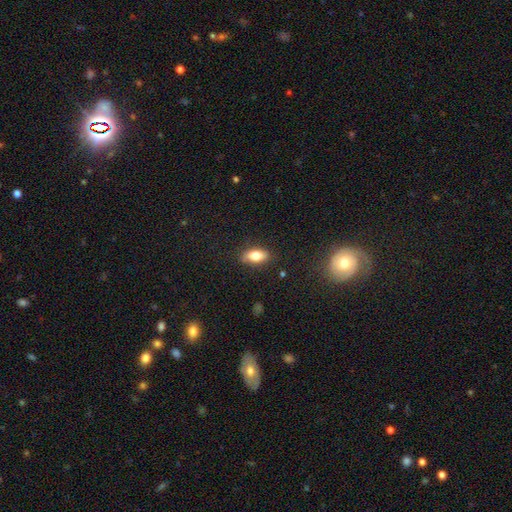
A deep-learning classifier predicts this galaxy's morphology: Q: Smooth or featured?
A: smooth (76%); runner-up: featured or disk (15%)
Q: How rounded?
A: in between (83%); runner-up: cigar-shaped (11%)
Q: Merging?
A: none (83%); runner-up: minor disturbance (13%)